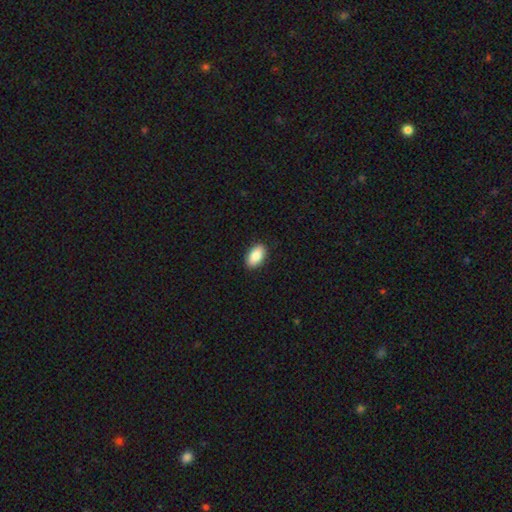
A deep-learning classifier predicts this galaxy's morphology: A smooth galaxy with no disk features (87%) that is in between round and cigar-shaped (93%).

Vote fractions:
- Smooth or featured? smooth: 87% / star or artifact: 6% / featured or disk: 6%
- How rounded? in between: 93% / round: 4% / cigar-shaped: 3%
- Merging? none: 90% / minor disturbance: 8% / major disturbance: 2% / merger: 1%